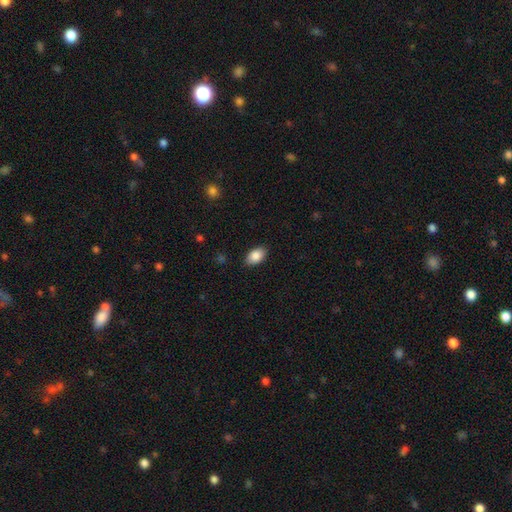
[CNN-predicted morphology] smooth_or_featured: smooth (p=0.87) [alt: star or artifact p=0.07]
how_rounded: in between (p=0.92) [alt: round p=0.07]
merging: none (p=0.87) [alt: minor disturbance p=0.09]